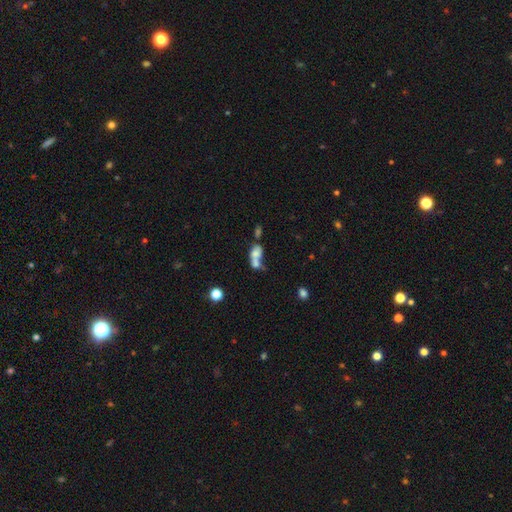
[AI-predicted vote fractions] The model was most divided on "smooth or featured": smooth: 62%, featured or disk: 26%, star or artifact: 13%. More confident: how rounded — in between (69%); merging — merger (66%).